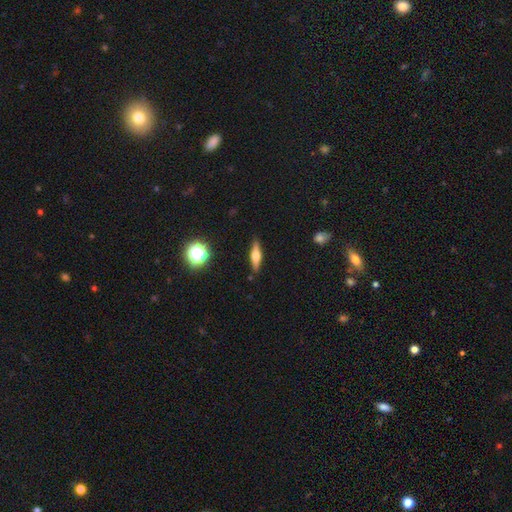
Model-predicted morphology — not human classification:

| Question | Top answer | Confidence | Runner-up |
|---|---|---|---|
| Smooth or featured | featured or disk | 56% | smooth (36%) |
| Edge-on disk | yes | 95% | no (5%) |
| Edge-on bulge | rounded | 91% | boxy (6%) |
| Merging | none | 89% | minor disturbance (8%) |